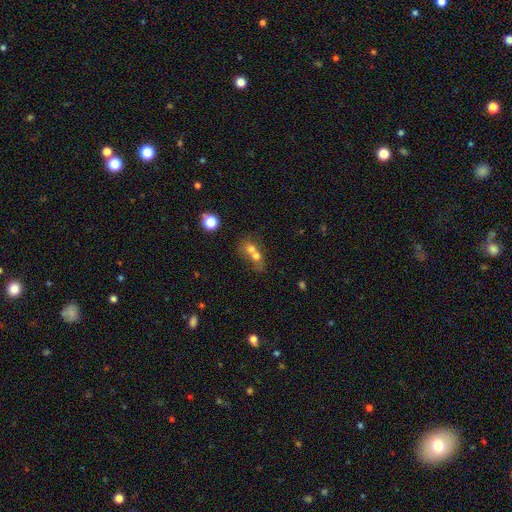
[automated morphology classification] smooth-or-featured: smooth: 64% | featured or disk: 23% | star or artifact: 14%
  how-rounded: round: 61% | in between: 37% | cigar-shaped: 2%
  merging: merger: 71% | none: 19% | minor disturbance: 5% | major disturbance: 4%